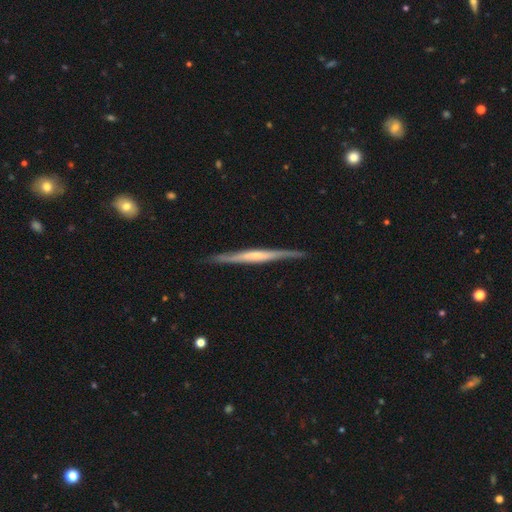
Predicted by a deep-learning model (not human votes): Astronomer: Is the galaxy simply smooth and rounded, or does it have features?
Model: featured or disk — 70%.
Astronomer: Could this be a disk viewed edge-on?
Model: yes — 96%.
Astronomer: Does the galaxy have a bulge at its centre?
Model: none — 49% (runner-up: rounded, 34%).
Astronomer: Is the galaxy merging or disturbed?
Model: none — 86%.